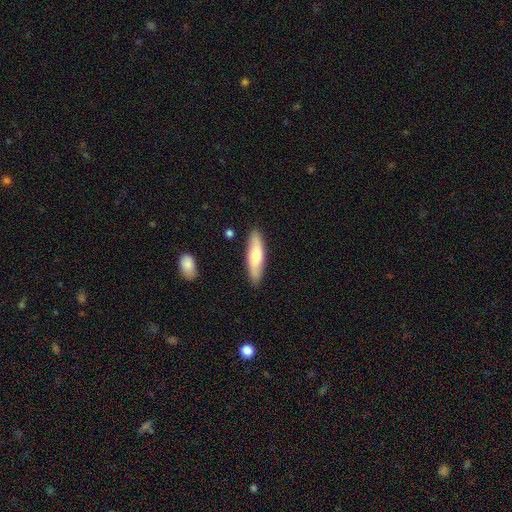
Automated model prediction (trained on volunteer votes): This appears to be a smooth galaxy with no disk features (66%) that is cigar-shaped (62%). Merging: none (87%).